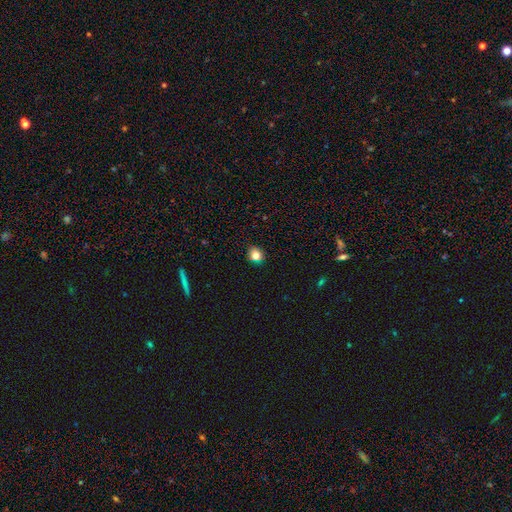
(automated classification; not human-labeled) Smooth or featured?
  - smooth: 80% *
  - star or artifact: 12%
  - featured or disk: 7%
How rounded?
  - round: 71% *
  - in between: 28%
  - cigar-shaped: 1%
Merging?
  - none: 87% *
  - minor disturbance: 9%
  - major disturbance: 2%
  - merger: 1%